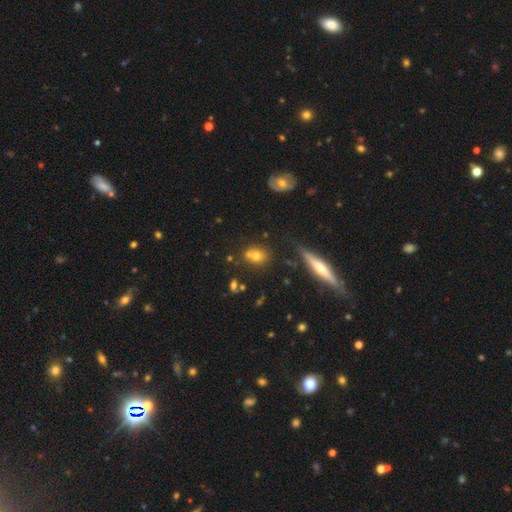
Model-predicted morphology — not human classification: smooth 60%, featured or disk 22%, star or artifact 17%. Down the decision tree: how rounded — round (61%); merging — none (63%).